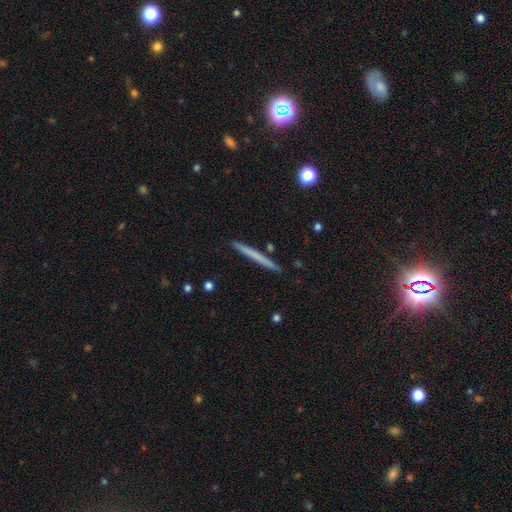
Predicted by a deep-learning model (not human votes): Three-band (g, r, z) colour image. It shows a smooth galaxy with no disk features (58%) that is cigar-shaped (97%). Merging: none (90%).